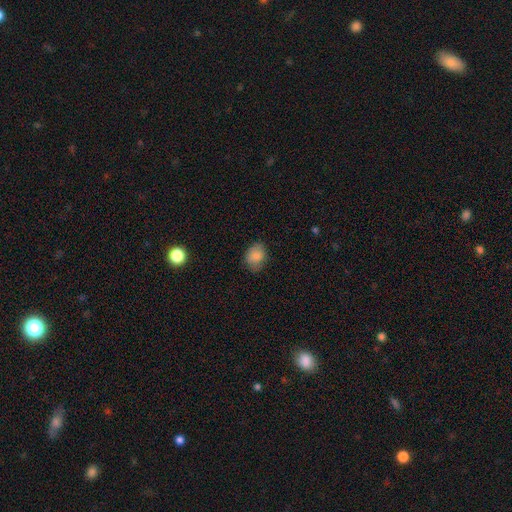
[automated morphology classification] This is clearly a smooth galaxy (83%). How rounded: possibly in between (59%). Merging: likely none (74%).